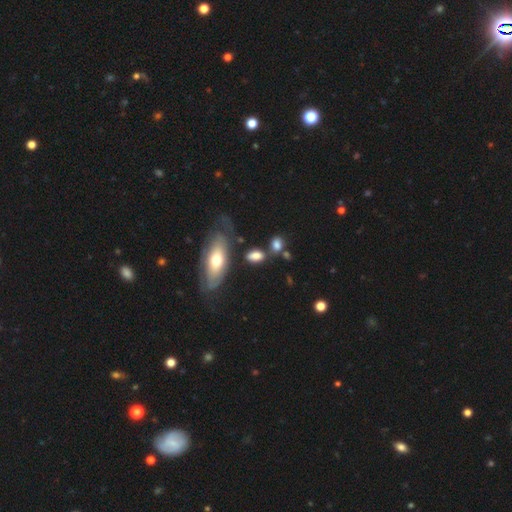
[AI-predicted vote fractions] smooth_or_featured: smooth (p=0.77) [alt: featured or disk p=0.14]
how_rounded: in between (p=0.78) [alt: round p=0.15]
merging: none (p=0.61) [alt: minor disturbance p=0.16]